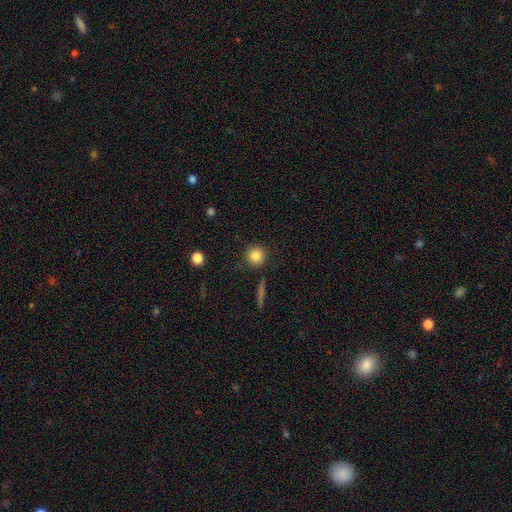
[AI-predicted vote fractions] Smooth or featured? Predicted: smooth (p=0.83). How rounded? Predicted: round (p=0.93). Merging? Predicted: none (p=0.88).